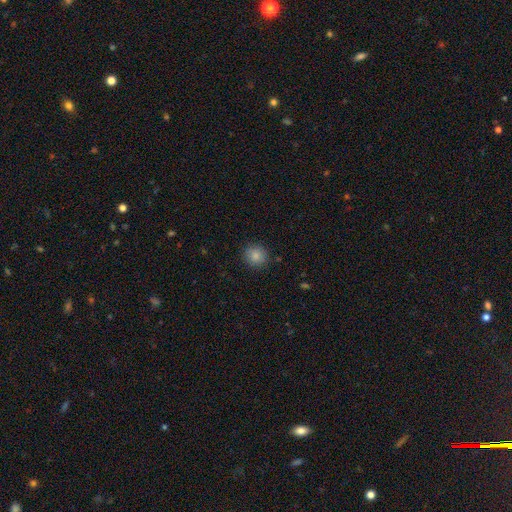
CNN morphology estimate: type=smooth (85%); roundness=round (87%); merging=none (89%).